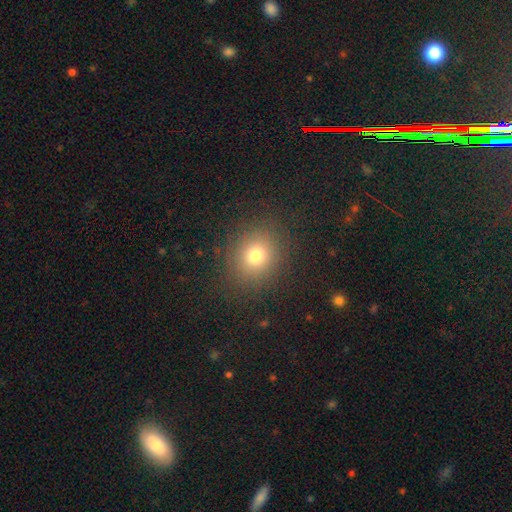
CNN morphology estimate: smooth_or_featured: smooth (p=0.73) [alt: star or artifact p=0.16]
how_rounded: round (p=0.79) [alt: in between p=0.20]
merging: none (p=0.85) [alt: minor disturbance p=0.09]